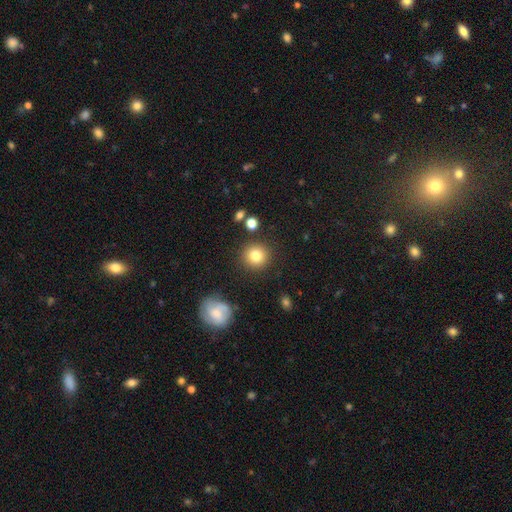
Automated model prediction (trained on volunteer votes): smooth 82%, star or artifact 10%, featured or disk 8%. Down the decision tree: how rounded — round (91%); merging — none (87%).